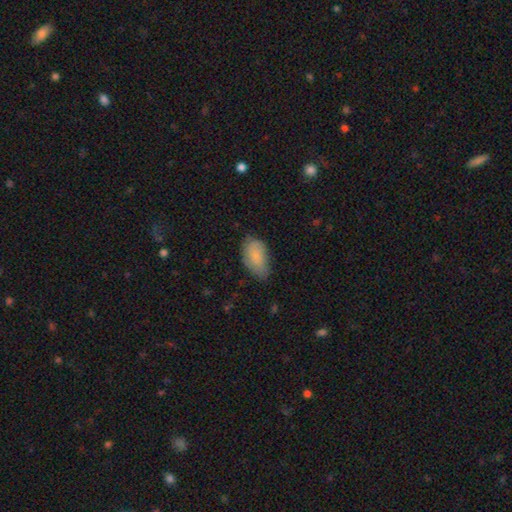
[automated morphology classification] smooth 80%, featured or disk 13%, star or artifact 7%. Down the decision tree: how rounded — in between (93%); merging — none (56%).